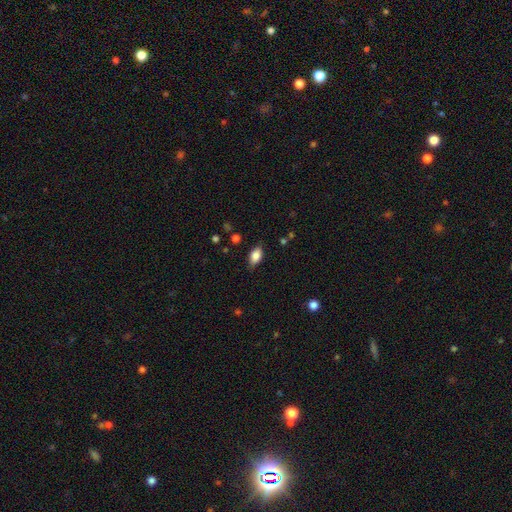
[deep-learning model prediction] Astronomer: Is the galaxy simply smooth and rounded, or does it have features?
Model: smooth — 81%.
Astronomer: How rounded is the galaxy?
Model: in between — 89%.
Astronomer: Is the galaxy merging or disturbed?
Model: none — 80%.